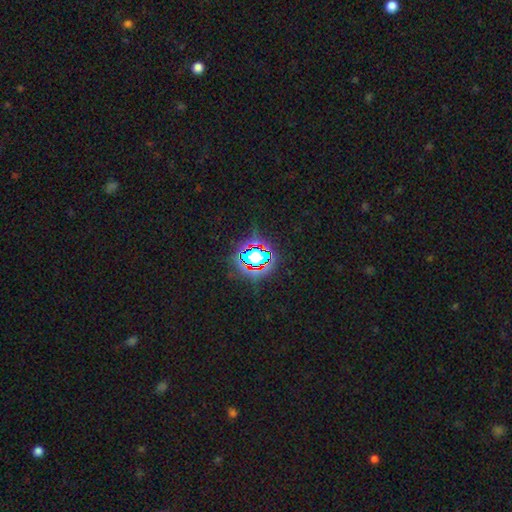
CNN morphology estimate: star or artifact 80%, smooth 12%, featured or disk 8%.